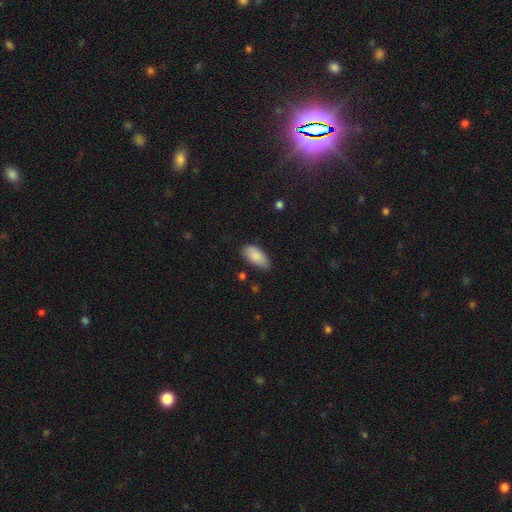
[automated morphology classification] type=smooth (87%); roundness=in between (91%); merging=none (74%).